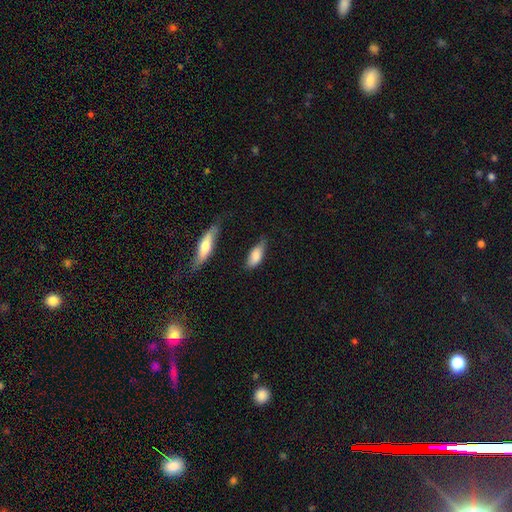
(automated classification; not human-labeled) Smooth or featured: smooth — 81% (featured or disk — 13%)
How rounded: in between — 77% (cigar-shaped — 20%)
Merging: none — 57% (minor disturbance — 32%)